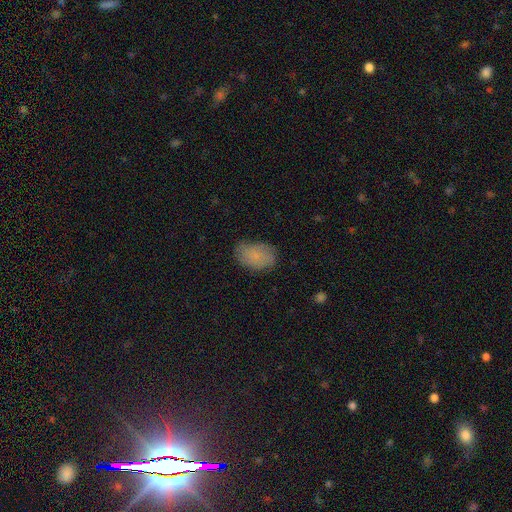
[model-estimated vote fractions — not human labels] A smooth galaxy with no disk features (76%) that is in between round and cigar-shaped (84%). Merging: none (69%).